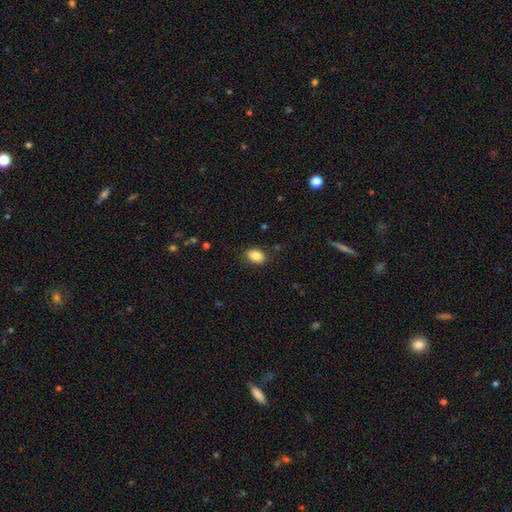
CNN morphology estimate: Smooth or featured? Predicted: smooth (p=0.85). How rounded? Predicted: in between (p=0.83). Merging? Predicted: none (p=0.86).